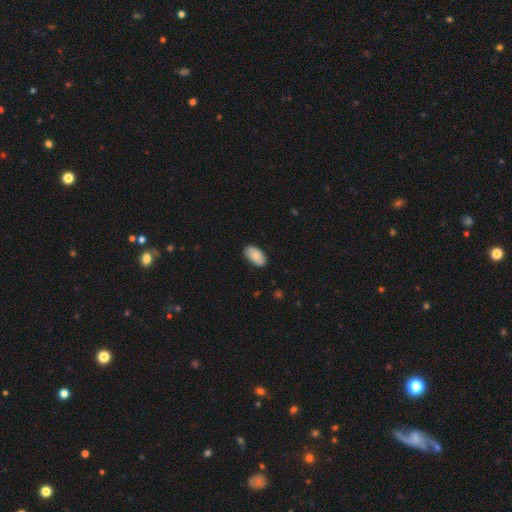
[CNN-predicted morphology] Smooth or featured: smooth — 85% (featured or disk — 10%)
How rounded: in between — 95% (round — 3%)
Merging: none — 85% (minor disturbance — 12%)